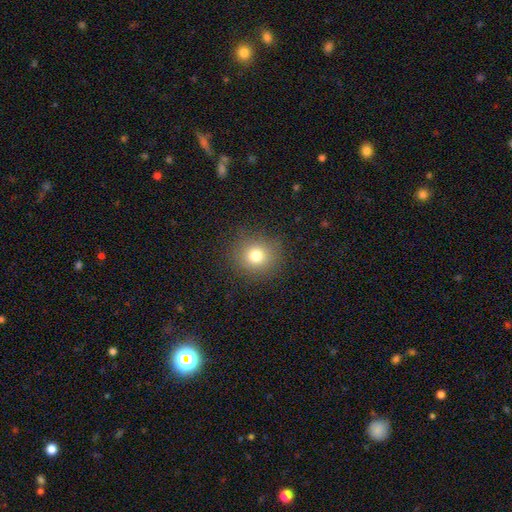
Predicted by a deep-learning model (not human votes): smooth 77%, star or artifact 15%, featured or disk 9%. Down the decision tree: how rounded — round (90%); merging — none (88%).